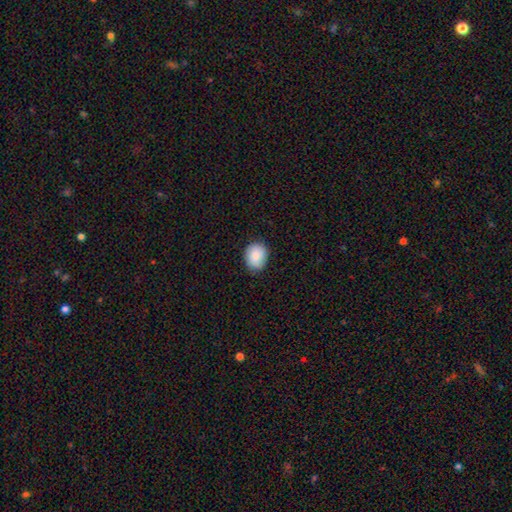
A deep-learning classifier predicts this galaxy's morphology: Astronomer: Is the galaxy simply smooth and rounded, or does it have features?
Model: smooth — 86%.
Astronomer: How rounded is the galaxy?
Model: round — 54% (runner-up: in between, 45%).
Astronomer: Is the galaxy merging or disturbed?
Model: none — 81%.